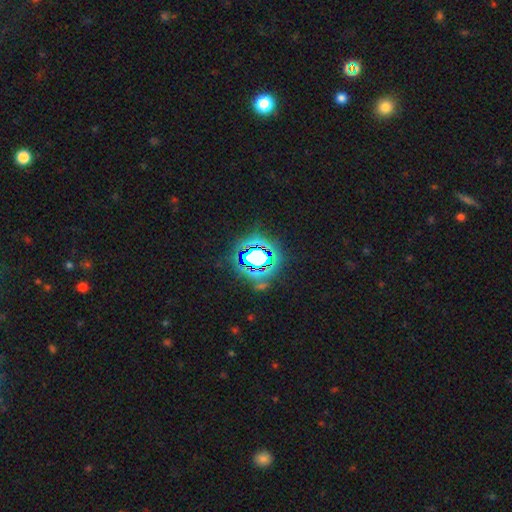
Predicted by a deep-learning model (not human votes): Morphology: type=star or artifact (69%).